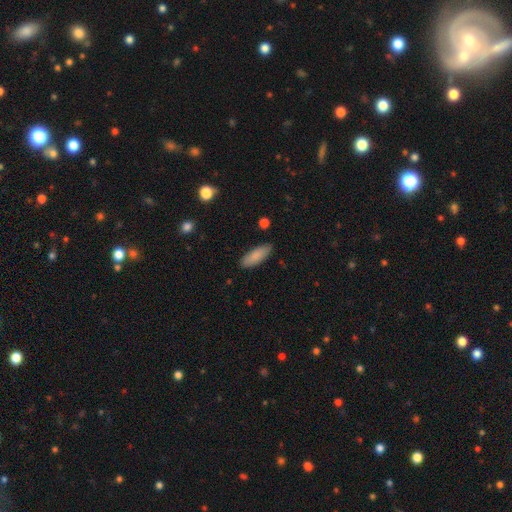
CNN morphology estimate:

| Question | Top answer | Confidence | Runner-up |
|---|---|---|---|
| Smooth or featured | smooth | 87% | featured or disk (8%) |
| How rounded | in between | 63% | cigar-shaped (35%) |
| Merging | none | 86% | minor disturbance (10%) |